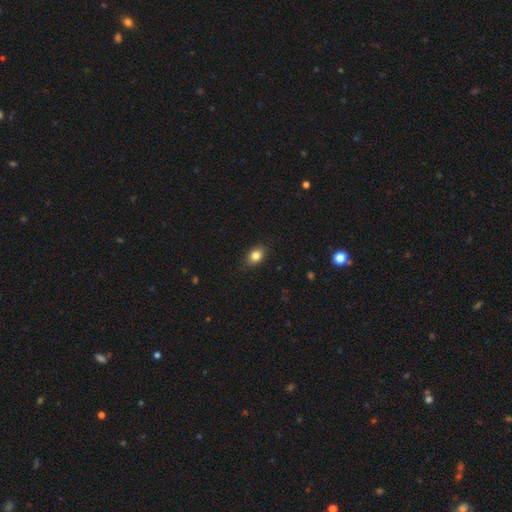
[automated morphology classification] Smooth or featured? smooth (83%)
How rounded? in between (73%)
Merging? none (85%)